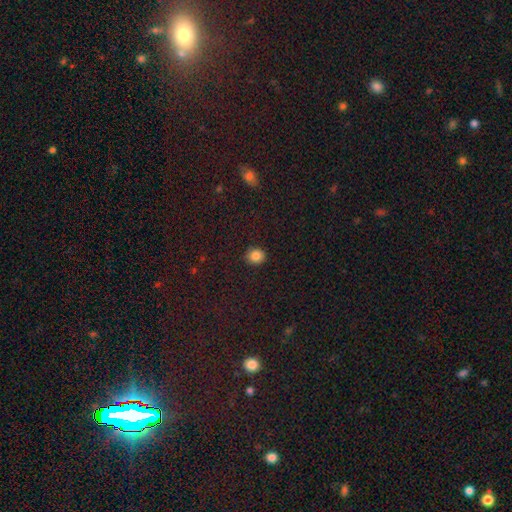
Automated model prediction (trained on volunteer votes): Overall: smooth (85%). How rounded: round (81%). Merging: none (90%).